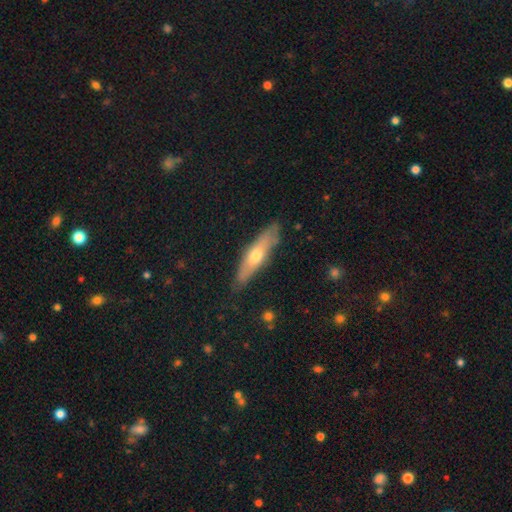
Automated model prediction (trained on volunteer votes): Smooth or featured? Predicted: smooth (p=0.50). Merging? Predicted: none (p=0.82).